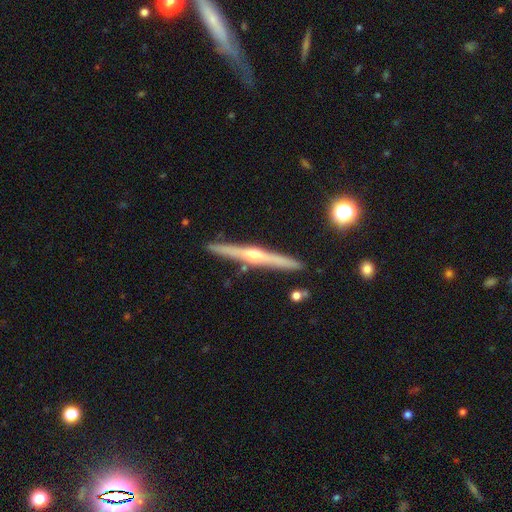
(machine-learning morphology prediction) This appears to be a featured or disk galaxy (78%) viewed edge-on (98%) with a rounded central bulge (87%). Merging: none (90%).